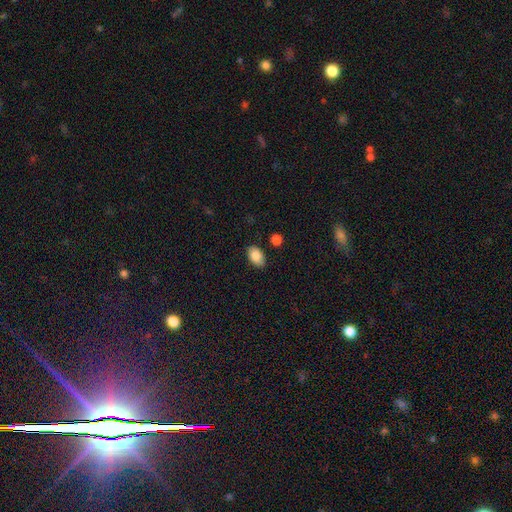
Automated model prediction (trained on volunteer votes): Overall: smooth (87%). How rounded: in between (90%). Merging: none (82%).